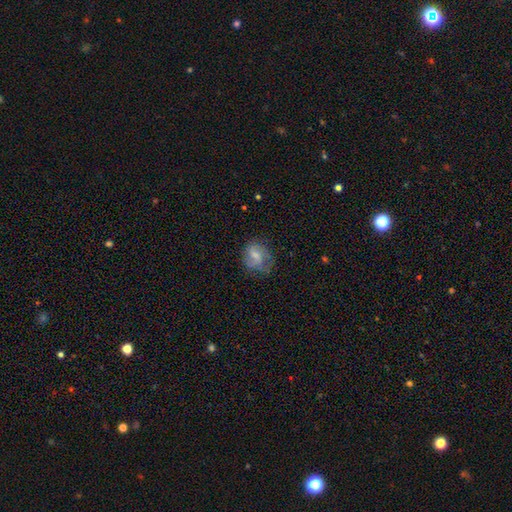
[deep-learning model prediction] Smooth or featured?
  - smooth: 46% *
  - featured or disk: 45%
  - star or artifact: 8%
Merging?
  - none: 53% *
  - minor disturbance: 27%
  - major disturbance: 18%
  - merger: 2%